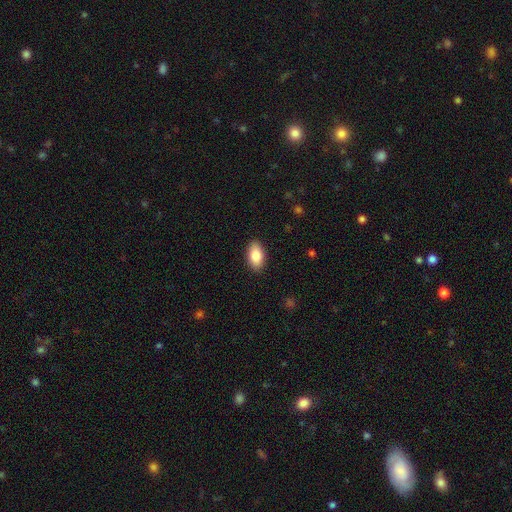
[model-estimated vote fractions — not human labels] The model was most divided on "smooth or featured": smooth: 86%, featured or disk: 7%, star or artifact: 7%. More confident: how rounded — in between (93%); merging — none (89%).